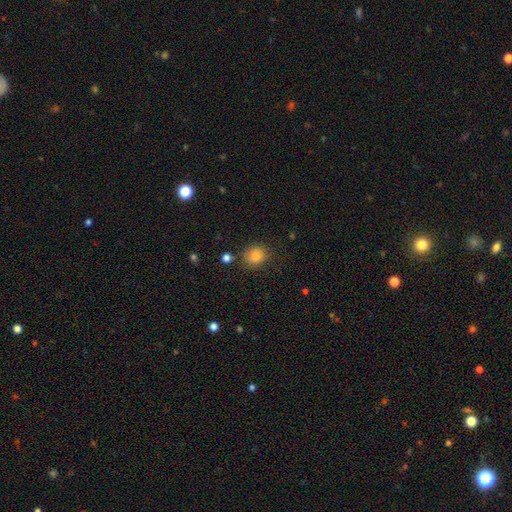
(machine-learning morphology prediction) Overall: smooth (82%). How rounded: round (73%). Merging: none (81%).